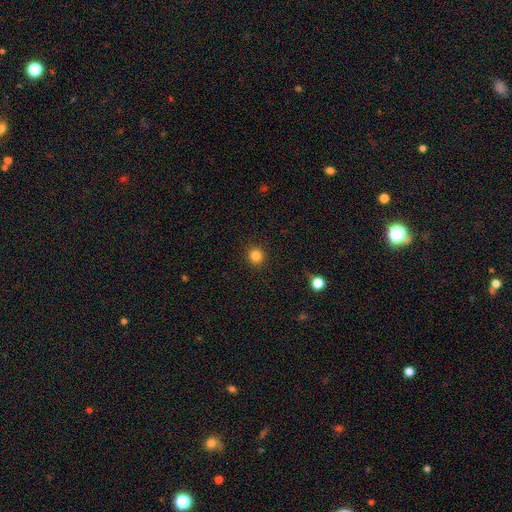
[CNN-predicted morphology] Q: Smooth or featured?
A: smooth (83%); runner-up: star or artifact (13%)
Q: How rounded?
A: round (93%); runner-up: in between (6%)
Q: Merging?
A: none (92%); runner-up: minor disturbance (5%)